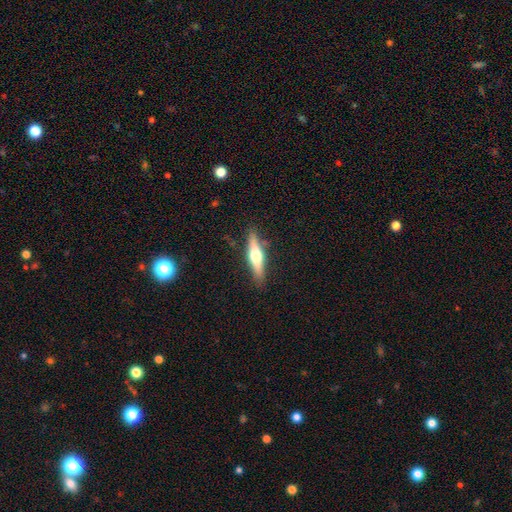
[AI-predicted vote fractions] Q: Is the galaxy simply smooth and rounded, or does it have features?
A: featured or disk — 55%.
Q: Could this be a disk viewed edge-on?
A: yes — 95%.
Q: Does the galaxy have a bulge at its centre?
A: rounded — 92%.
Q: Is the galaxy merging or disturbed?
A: none — 87%.